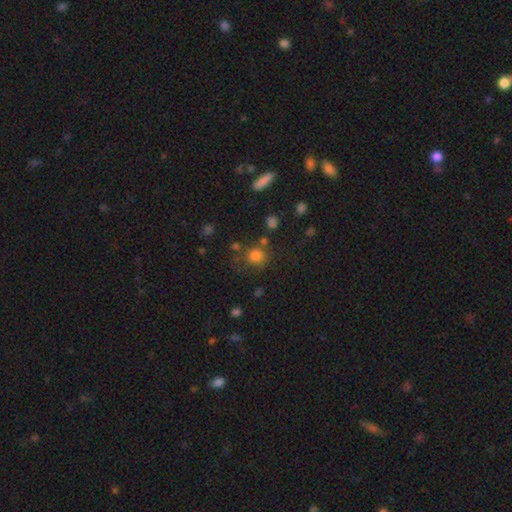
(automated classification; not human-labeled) This is likely a smooth galaxy (77%). How rounded: clearly round (87%). Merging: likely none (70%).